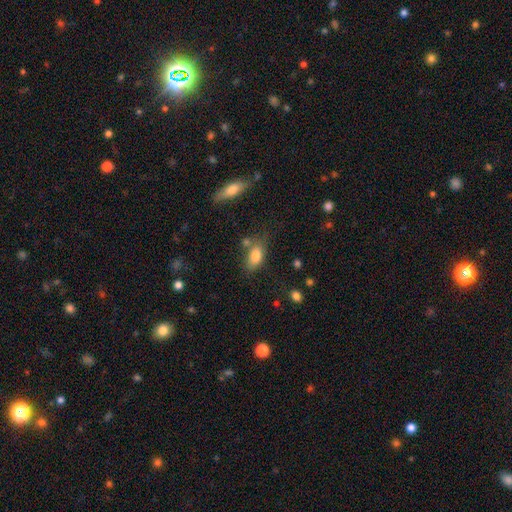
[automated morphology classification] smooth_or_featured: smooth (p=0.82) [alt: featured or disk p=0.10]
how_rounded: in between (p=0.88) [alt: round p=0.07]
merging: none (p=0.61) [alt: minor disturbance p=0.19]